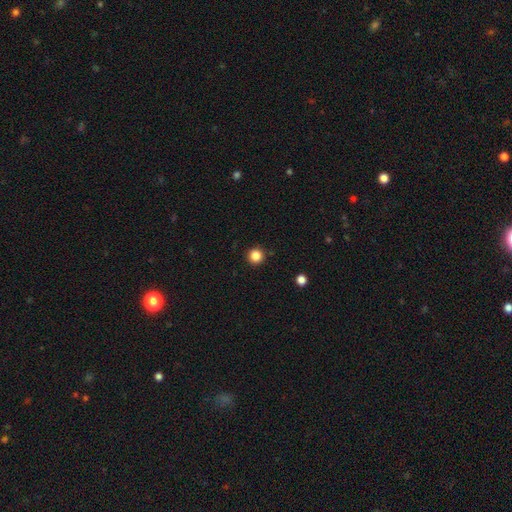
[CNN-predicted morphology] A smooth galaxy with no disk features (85%) that is round (96%). Merging: none (92%).